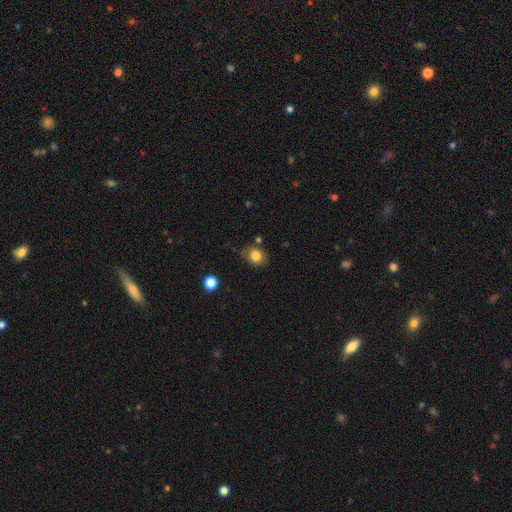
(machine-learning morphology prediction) A smooth galaxy with no disk features (82%) that is round (51%). Merging: none (71%).